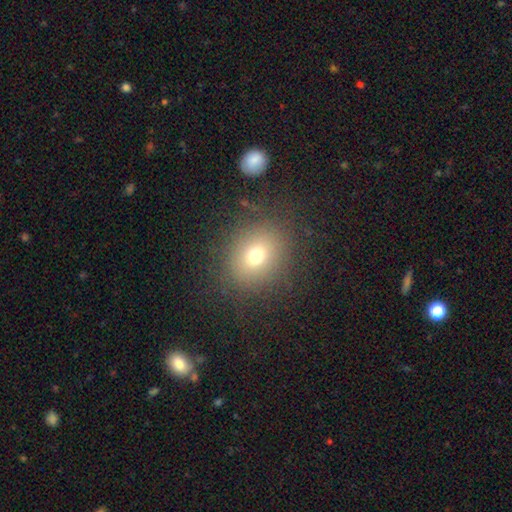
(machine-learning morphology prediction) Smooth or featured: smooth — 72% (star or artifact — 15%)
How rounded: round — 66% (in between — 33%)
Merging: none — 84% (minor disturbance — 9%)